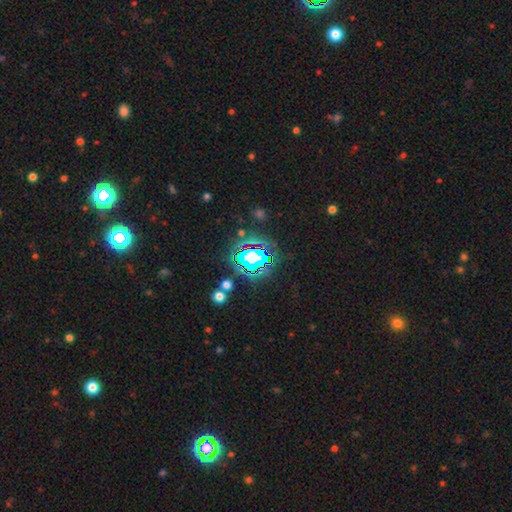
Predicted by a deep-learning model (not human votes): Overall: star or artifact (71%).